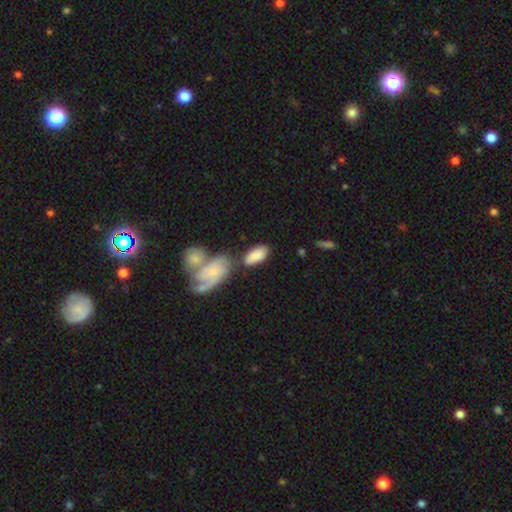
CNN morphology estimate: Smooth or featured?
  - smooth: 79% *
  - featured or disk: 15%
  - star or artifact: 6%
How rounded?
  - in between: 92% *
  - cigar-shaped: 5%
  - round: 3%
Merging?
  - none: 55% *
  - merger: 22%
  - minor disturbance: 17%
  - major disturbance: 6%